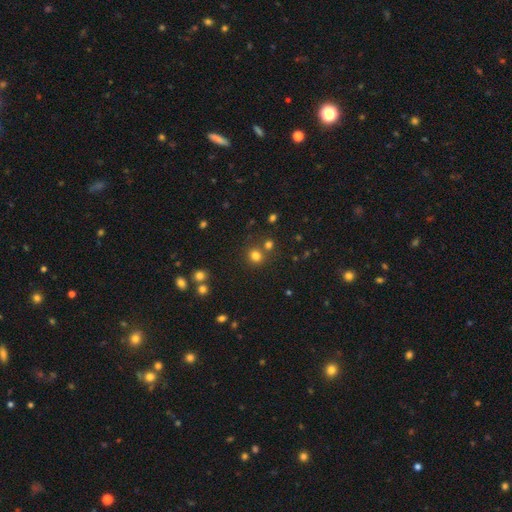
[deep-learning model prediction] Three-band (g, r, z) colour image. It shows a smooth galaxy with no disk features (75%) that is round (84%). Merging: none (71%).